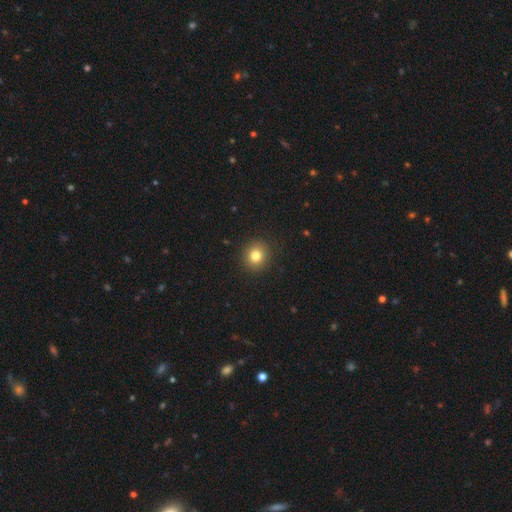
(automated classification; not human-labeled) A smooth galaxy with no disk features (82%) that is round (89%). Merging: none (91%).